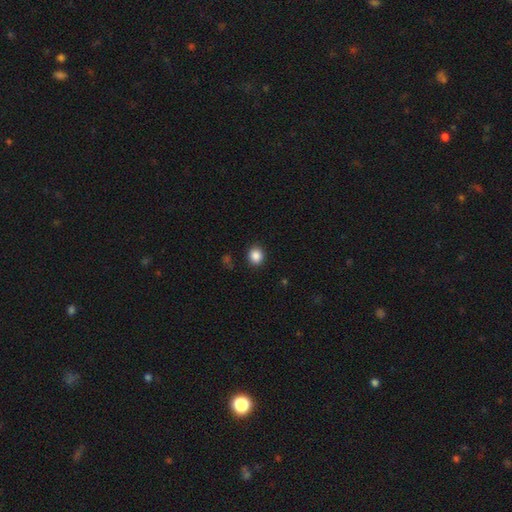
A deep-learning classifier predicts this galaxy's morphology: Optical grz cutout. It shows a smooth galaxy with no disk features (87%) that is round (77%). Merging: none (90%).